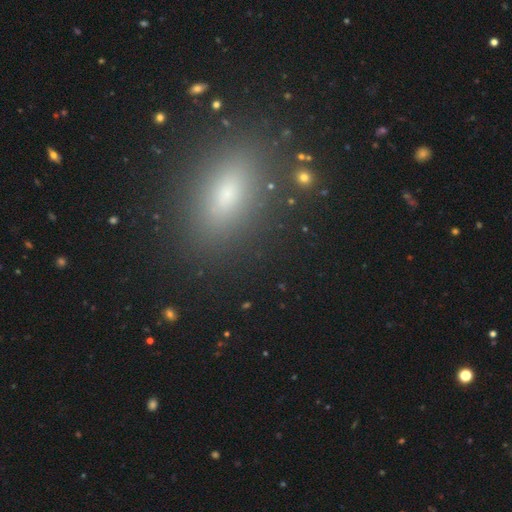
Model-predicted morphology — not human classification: Smooth or featured? Predicted: smooth (p=0.68). How rounded? Predicted: in between (p=0.77). Merging? Predicted: none (p=0.88).